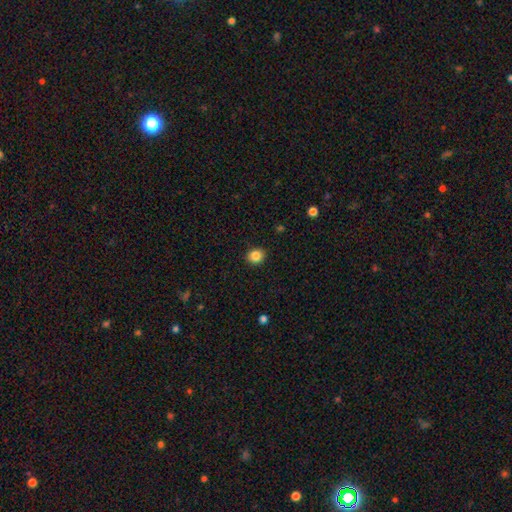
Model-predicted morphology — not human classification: smooth 85%, star or artifact 10%, featured or disk 5%. Down the decision tree: how rounded — round (78%); merging — none (91%).